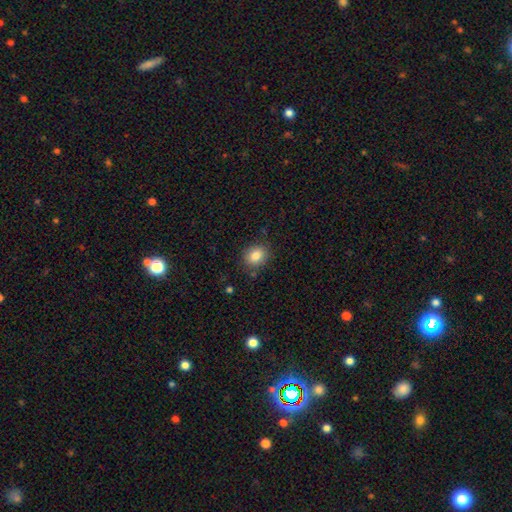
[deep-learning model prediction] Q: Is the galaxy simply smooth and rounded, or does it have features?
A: smooth — 84%.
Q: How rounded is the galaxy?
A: round — 58%.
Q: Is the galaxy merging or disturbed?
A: none — 84%.